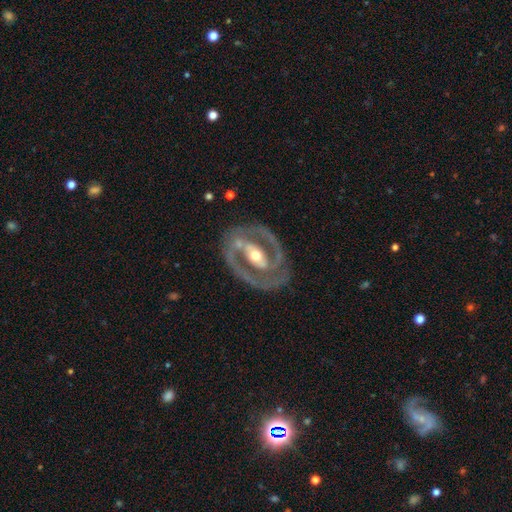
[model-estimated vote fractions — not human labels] Smooth or featured? Predicted: featured or disk (p=0.85). Edge-on disk? Predicted: no (p=0.95). Bar? Predicted: strong (p=0.50). Spiral arms? Predicted: yes (p=0.76). Spiral winding? Predicted: tight (p=0.46). Spiral arm count? Predicted: 2 (p=0.83). Bulge size? Predicted: moderate (p=0.66). Merging? Predicted: none (p=0.77).